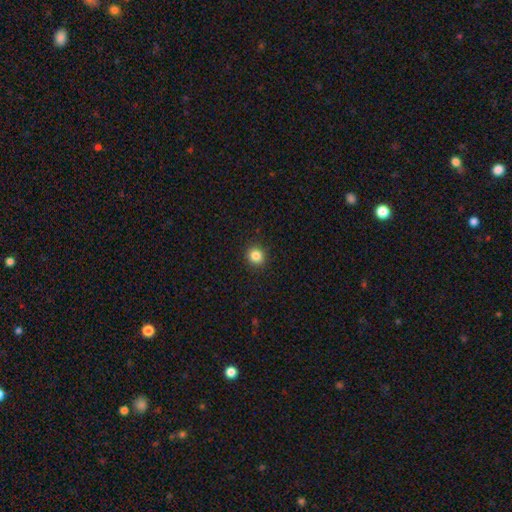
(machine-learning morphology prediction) Smooth or featured? smooth (84%)
How rounded? round (89%)
Merging? none (92%)